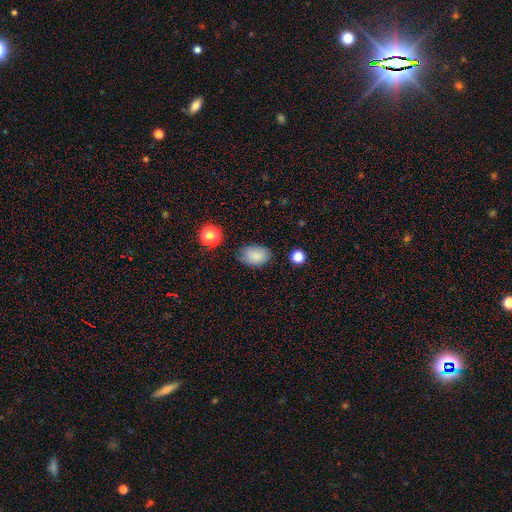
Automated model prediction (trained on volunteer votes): The model was most divided on "merging": none: 74%, minor disturbance: 19%, major disturbance: 4%, merger: 2%. More confident: how rounded — in between (85%); smooth or featured — smooth (85%).